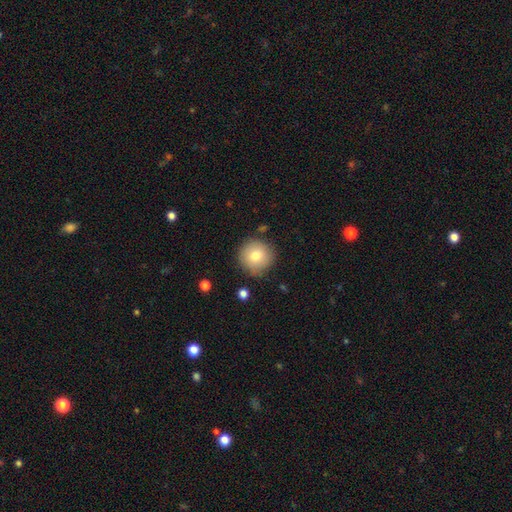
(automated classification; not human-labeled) Smooth or featured: smooth — 79% (featured or disk — 12%)
How rounded: round — 94% (in between — 5%)
Merging: none — 83% (minor disturbance — 12%)